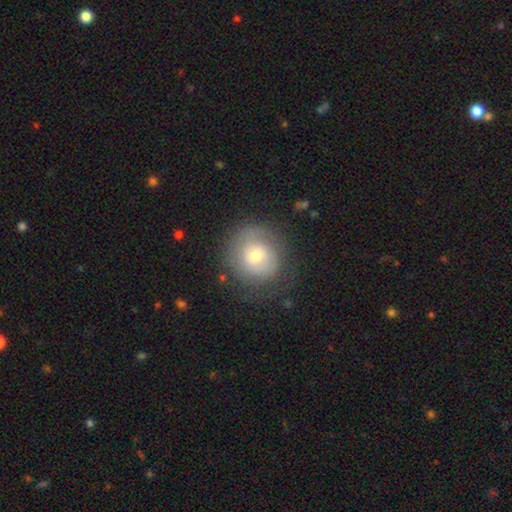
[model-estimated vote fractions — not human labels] The model was most divided on "smooth or featured": smooth: 51%, featured or disk: 41%, star or artifact: 8%. More confident: how rounded — round (84%); merging — none (68%).